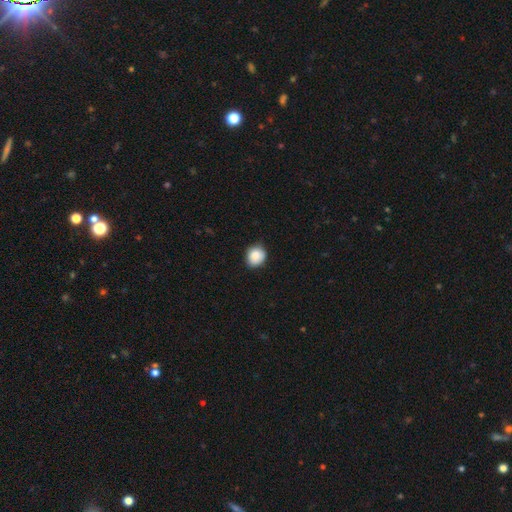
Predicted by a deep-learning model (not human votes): The model was most divided on "how rounded": round: 73%, in between: 26%, cigar-shaped: 1%. More confident: smooth or featured — smooth (86%); merging — none (80%).